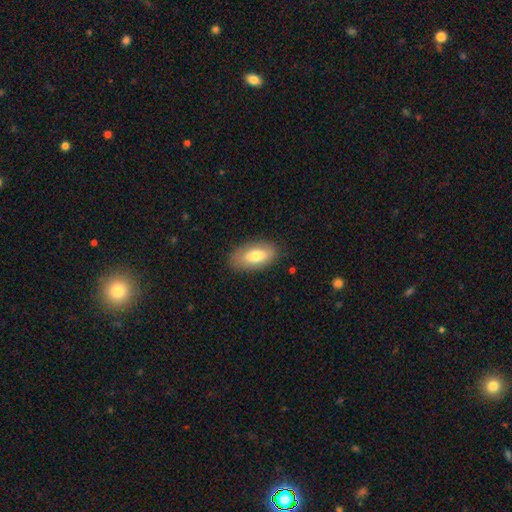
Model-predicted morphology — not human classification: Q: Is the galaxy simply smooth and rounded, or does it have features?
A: smooth — 74%.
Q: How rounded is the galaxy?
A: in between — 92%.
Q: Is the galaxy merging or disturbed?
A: none — 83%.